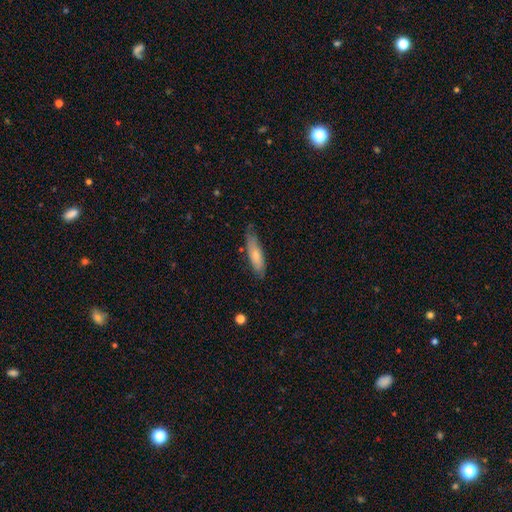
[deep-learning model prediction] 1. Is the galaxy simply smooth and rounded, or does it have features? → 69% smooth, 25% featured or disk, 6% star or artifact.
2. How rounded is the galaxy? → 60% cigar-shaped, 38% in between, 2% round.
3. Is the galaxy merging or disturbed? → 68% none, 25% minor disturbance, 5% major disturbance, 2% merger.